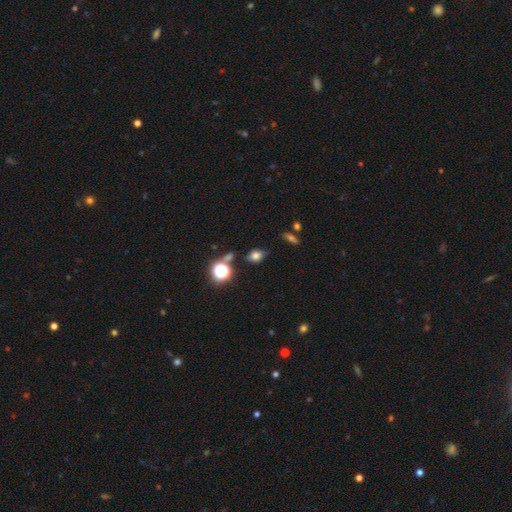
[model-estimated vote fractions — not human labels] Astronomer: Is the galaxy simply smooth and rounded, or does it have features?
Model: smooth — 71%.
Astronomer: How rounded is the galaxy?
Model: in between — 71%.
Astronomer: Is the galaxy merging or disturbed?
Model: none — 78%.